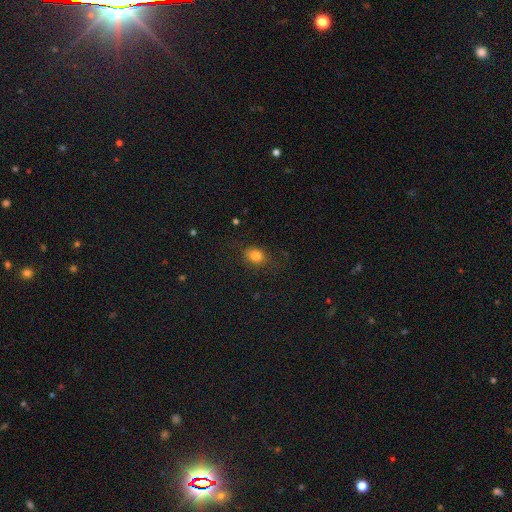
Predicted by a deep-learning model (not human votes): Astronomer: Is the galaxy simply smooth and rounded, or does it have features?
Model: smooth — 81%.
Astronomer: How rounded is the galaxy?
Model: in between — 58% (runner-up: round, 41%).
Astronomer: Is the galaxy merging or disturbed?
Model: none — 77%.